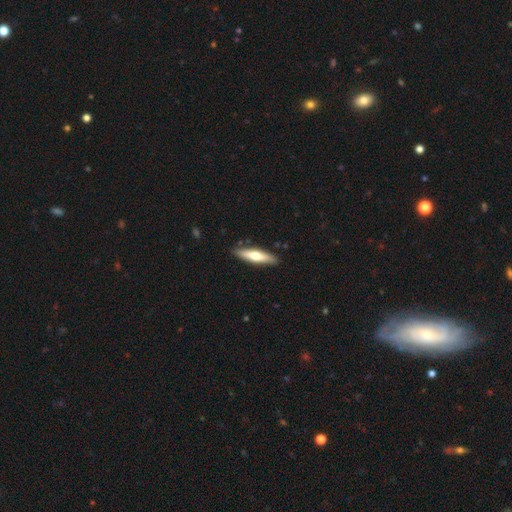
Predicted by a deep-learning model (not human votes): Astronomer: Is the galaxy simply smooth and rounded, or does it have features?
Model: smooth — 53% (runner-up: featured or disk, 42%).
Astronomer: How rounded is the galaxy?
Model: cigar-shaped — 76%.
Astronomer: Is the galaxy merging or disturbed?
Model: none — 87%.